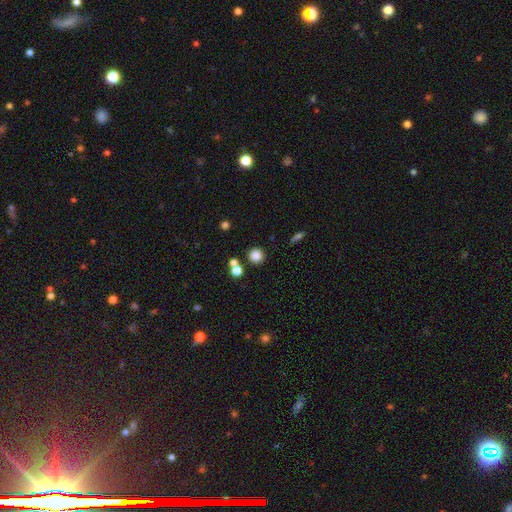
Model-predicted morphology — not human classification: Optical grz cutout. It shows a smooth galaxy with no disk features (81%) that is round (94%). Merging: none (81%).